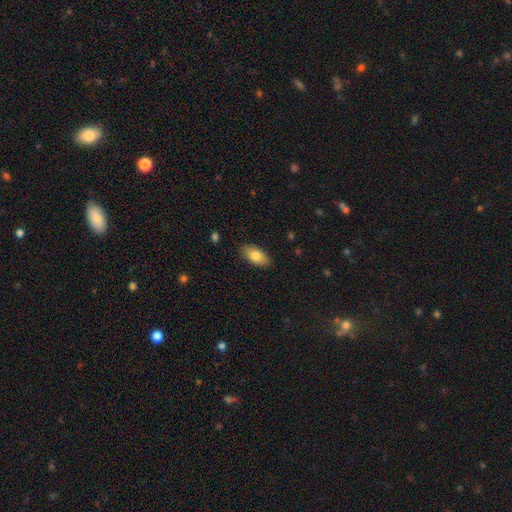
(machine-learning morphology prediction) A smooth galaxy with no disk features (80%) that is in between round and cigar-shaped (92%).

Vote fractions:
- Smooth or featured? smooth: 80% / featured or disk: 14% / star or artifact: 7%
- How rounded? in between: 92% / cigar-shaped: 4% / round: 3%
- Merging? none: 87% / minor disturbance: 10% / major disturbance: 2% / merger: 1%